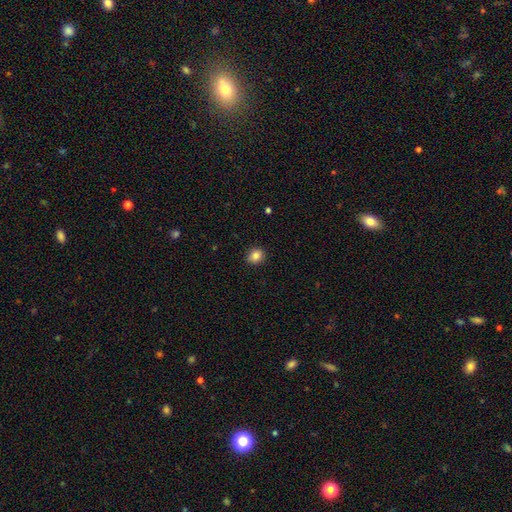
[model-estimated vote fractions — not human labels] This is clearly a smooth galaxy (84%). How rounded: likely round (70%). Merging: clearly none (89%).